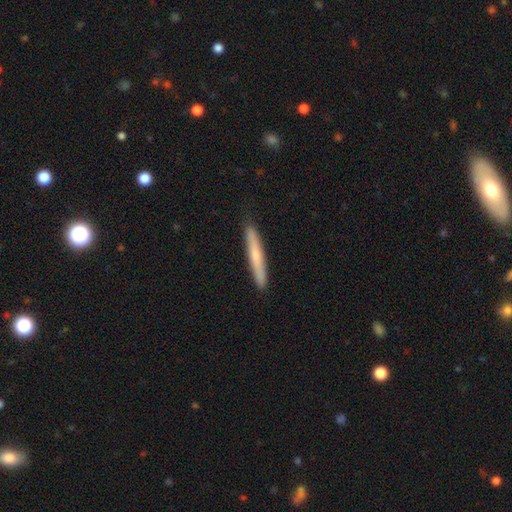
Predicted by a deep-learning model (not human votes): smooth-or-featured: smooth: 61% | featured or disk: 33% | star or artifact: 5%
  how-rounded: cigar-shaped: 96% | in between: 3% | round: 1%
  merging: none: 88% | minor disturbance: 9% | major disturbance: 1% | merger: 1%